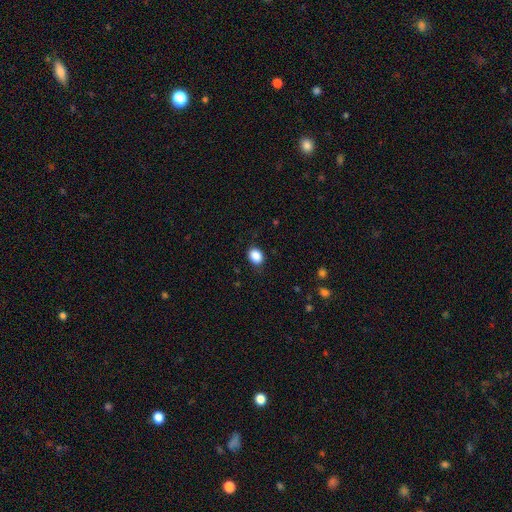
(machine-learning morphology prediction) Overall: smooth (89%). How rounded: in between (58%; round 41%). Merging: none (85%).